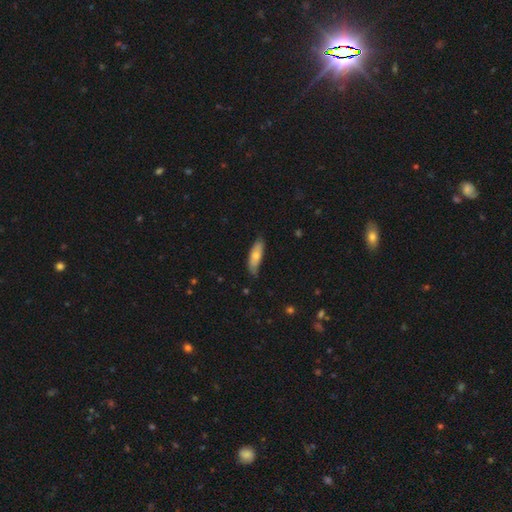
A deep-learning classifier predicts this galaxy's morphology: This is likely a smooth galaxy (70%). How rounded: possibly in between (53%). Merging: likely none (70%).